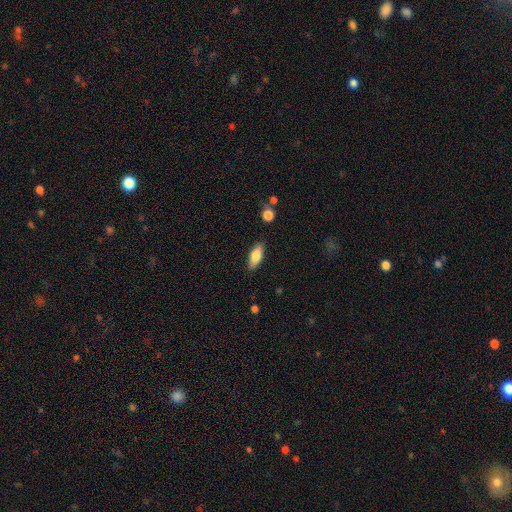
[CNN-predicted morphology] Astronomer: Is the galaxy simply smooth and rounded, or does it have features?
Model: smooth — 78%.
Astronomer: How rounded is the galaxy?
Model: in between — 76%.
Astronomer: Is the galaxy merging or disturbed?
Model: none — 87%.